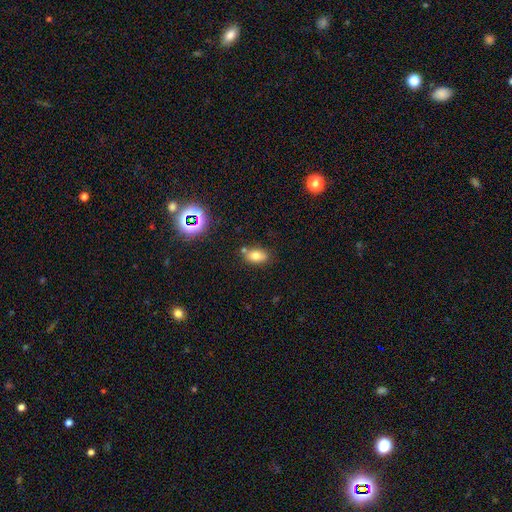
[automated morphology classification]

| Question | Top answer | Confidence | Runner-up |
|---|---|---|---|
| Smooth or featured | smooth | 75% | star or artifact (13%) |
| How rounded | in between | 86% | round (12%) |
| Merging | none | 71% | minor disturbance (15%) |